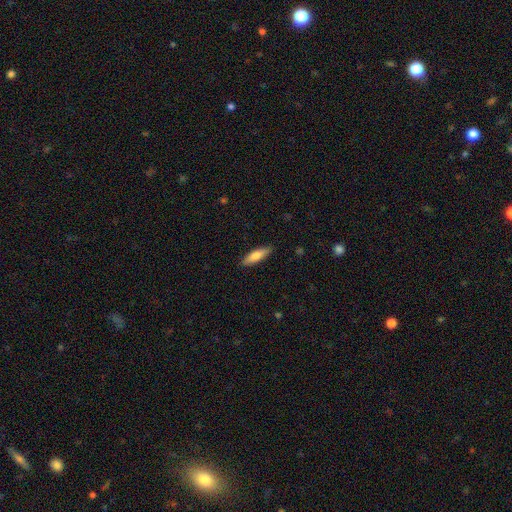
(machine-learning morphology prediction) Smooth or featured? Predicted: smooth (p=0.77). How rounded? Predicted: cigar-shaped (p=0.58). Merging? Predicted: none (p=0.89).